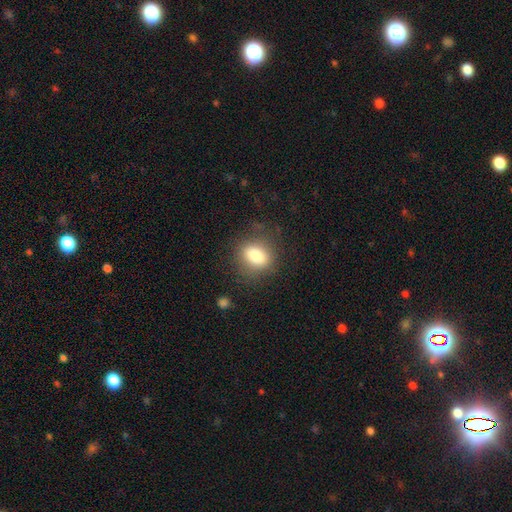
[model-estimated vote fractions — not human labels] This appears to be a smooth galaxy with no disk features (83%) that is in between round and cigar-shaped (66%). Merging: none (76%).